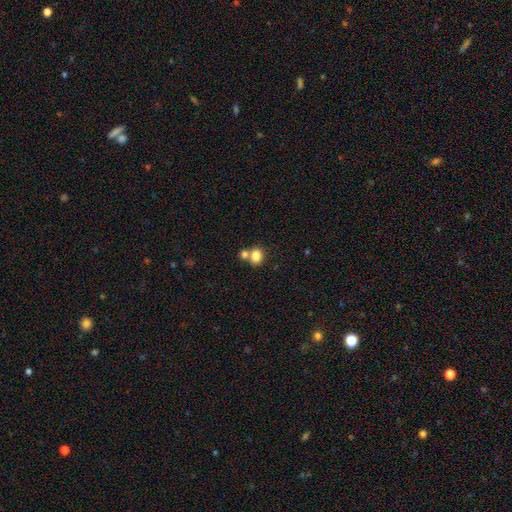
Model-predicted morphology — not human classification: Smooth or featured? smooth (82%)
How rounded? round (50%)
Merging? none (47%)